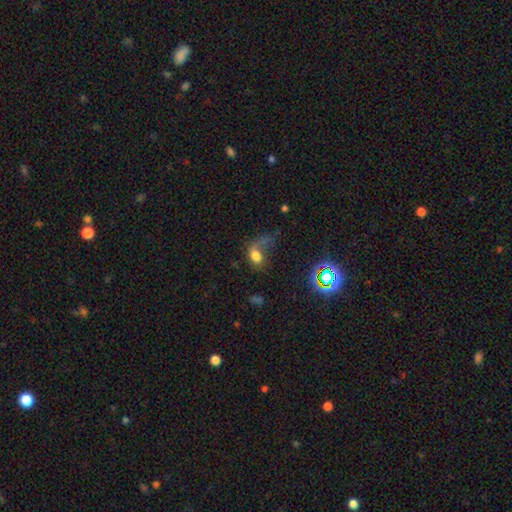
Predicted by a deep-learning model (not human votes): This is possibly a smooth galaxy (59%). How rounded: likely in between (75%). Merging: possibly major disturbance (49%).